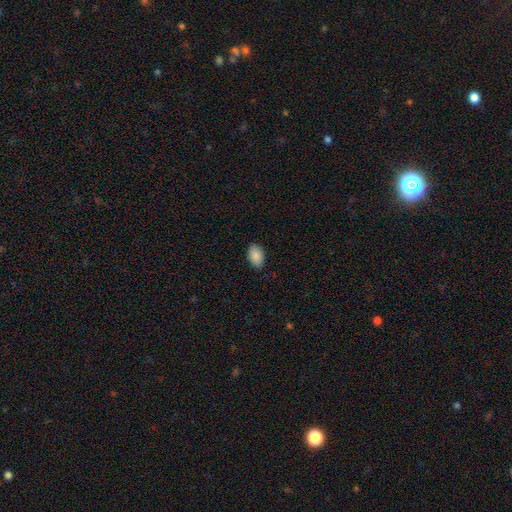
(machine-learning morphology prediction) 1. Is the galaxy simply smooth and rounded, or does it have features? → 89% smooth, 7% star or artifact, 4% featured or disk.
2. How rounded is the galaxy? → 92% in between, 7% round, 1% cigar-shaped.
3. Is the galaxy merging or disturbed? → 85% none, 12% minor disturbance, 2% major disturbance, 1% merger.